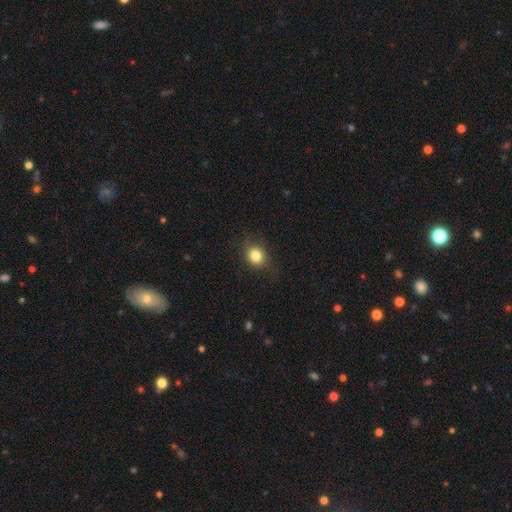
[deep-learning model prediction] This is clearly a smooth galaxy (82%). How rounded: likely round (69%). Merging: likely none (79%).